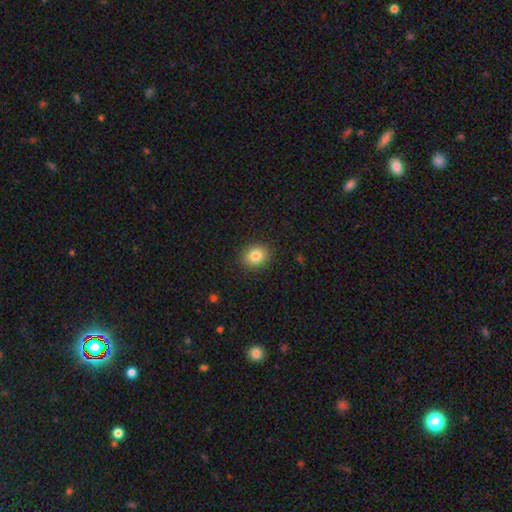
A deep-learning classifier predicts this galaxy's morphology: A smooth galaxy with no disk features (84%) that is round (59%). Merging: none (90%).